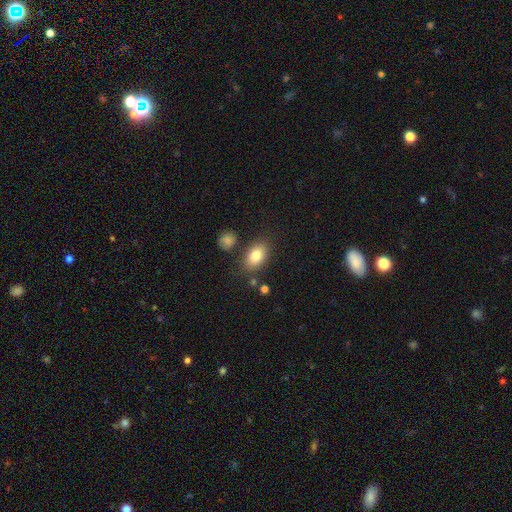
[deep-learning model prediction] Morphology: type=smooth (82%); roundness=in between (88%); merging=none (78%).